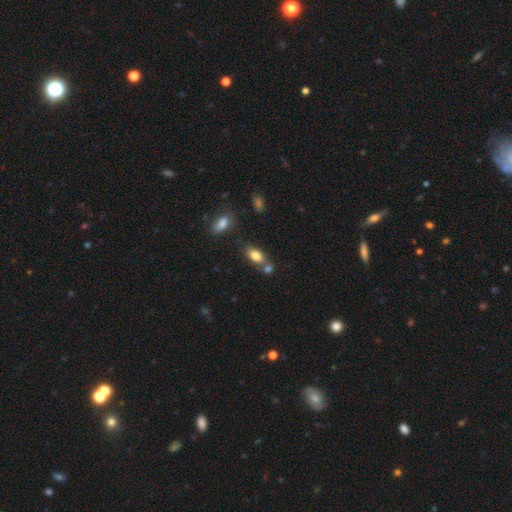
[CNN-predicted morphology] type=smooth (80%); roundness=in between (85%); merging=none (52%).